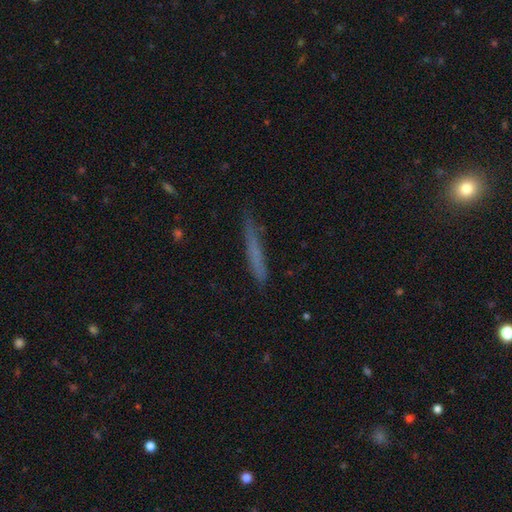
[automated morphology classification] smooth_or_featured: smooth (p=0.63) [alt: featured or disk p=0.28]
how_rounded: cigar-shaped (p=0.95) [alt: in between p=0.04]
merging: none (p=0.78) [alt: minor disturbance p=0.16]